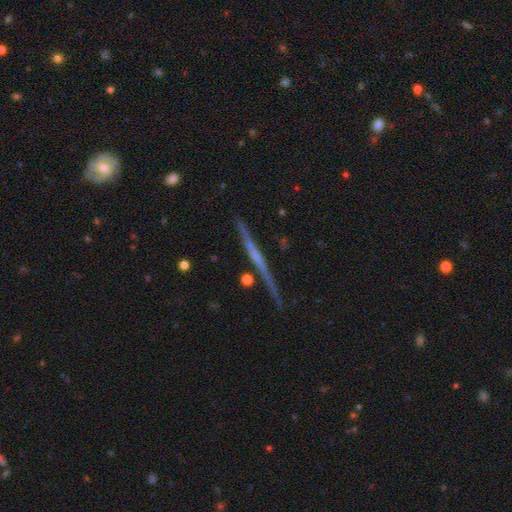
A featured or disk galaxy (74%) viewed edge-on (100%) with no central bulge (64%).

Vote fractions:
- Smooth or featured? featured or disk: 74% / smooth: 26% / star or artifact: 0%
- Edge-on disk? yes: 100% / no: 0%
- Edge-on bulge? none: 64% / boxy: 29% / rounded: 7%
- Merging? none: 79% / minor disturbance: 18% / merger: 3% / major disturbance: 0%